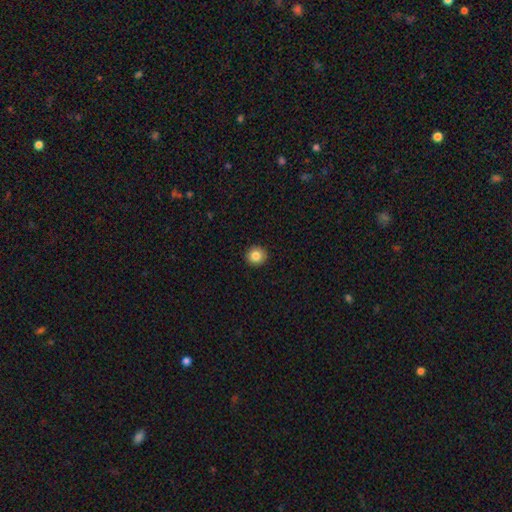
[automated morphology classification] Smooth or featured? smooth (83%)
How rounded? round (94%)
Merging? none (93%)